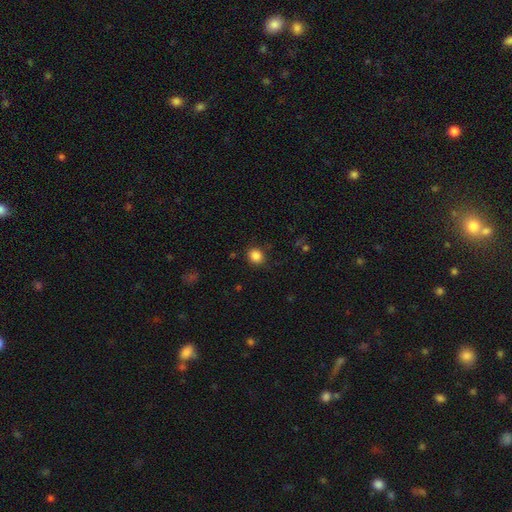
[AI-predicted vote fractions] Morphology: type=smooth (86%); roundness=round (71%); merging=none (86%).